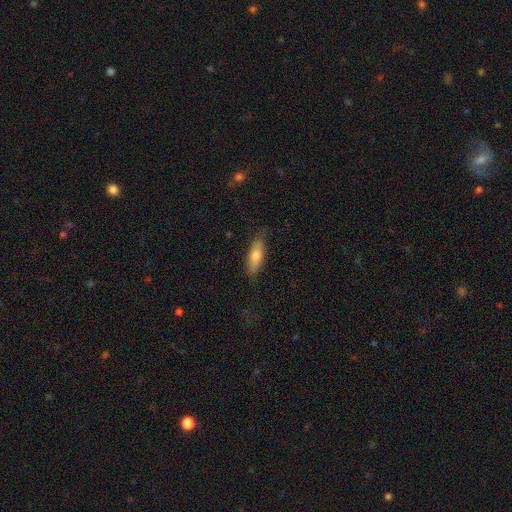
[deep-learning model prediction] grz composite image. It shows a smooth galaxy with no disk features (70%) that is in between round and cigar-shaped (54%). Merging: none (78%).